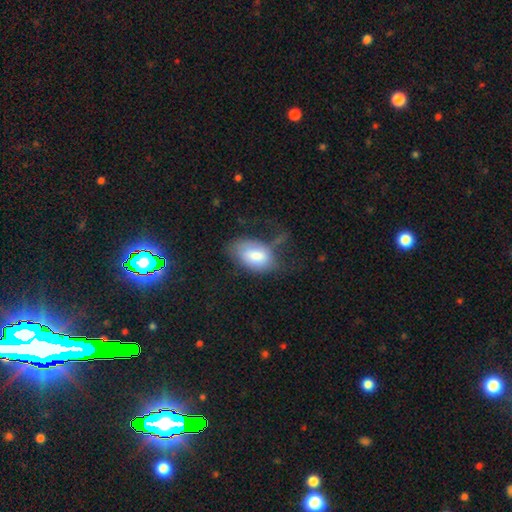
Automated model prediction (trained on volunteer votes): This appears to be a smooth galaxy with no disk features (73%) that is in between round and cigar-shaped (92%). Merging: major disturbance (34%).